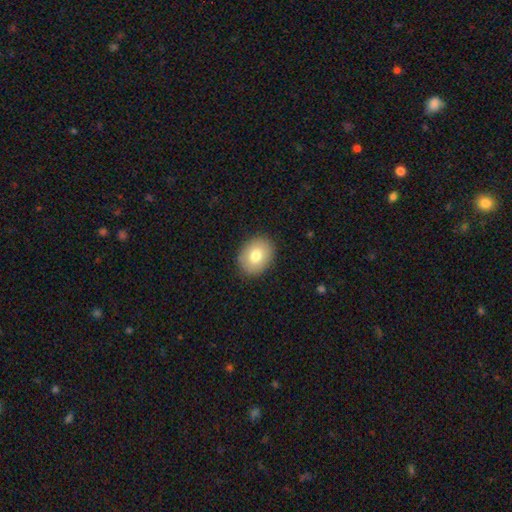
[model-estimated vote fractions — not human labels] Smooth or featured? Predicted: smooth (p=0.77). How rounded? Predicted: in between (p=0.53). Merging? Predicted: none (p=0.88).